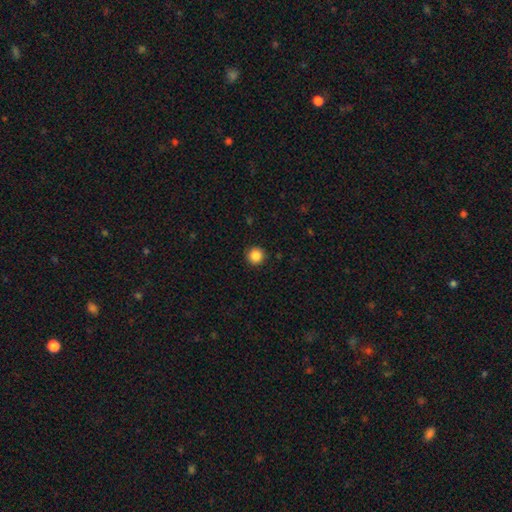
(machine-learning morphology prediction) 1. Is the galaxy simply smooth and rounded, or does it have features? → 86% smooth, 10% star or artifact, 4% featured or disk.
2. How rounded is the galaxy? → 96% round, 4% in between, 1% cigar-shaped.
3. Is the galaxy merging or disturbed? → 92% none, 5% minor disturbance, 2% major disturbance, 1% merger.